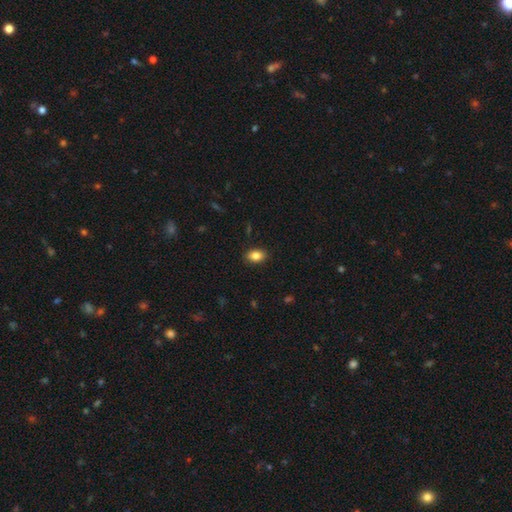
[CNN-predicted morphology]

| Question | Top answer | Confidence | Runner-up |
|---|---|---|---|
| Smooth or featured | smooth | 86% | star or artifact (8%) |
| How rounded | in between | 85% | round (14%) |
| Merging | none | 88% | minor disturbance (9%) |